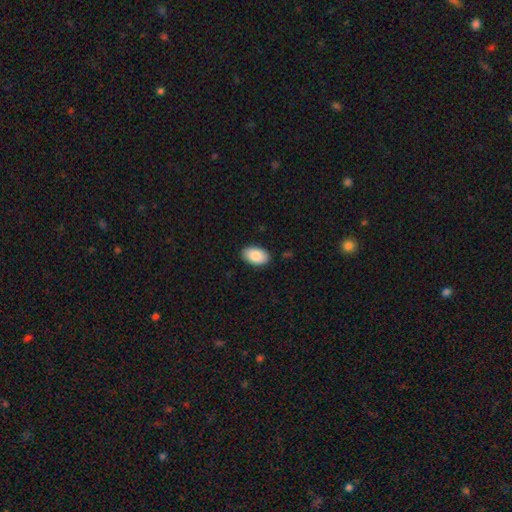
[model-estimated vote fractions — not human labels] Morphology: type=smooth (87%); roundness=in between (94%); merging=none (89%).